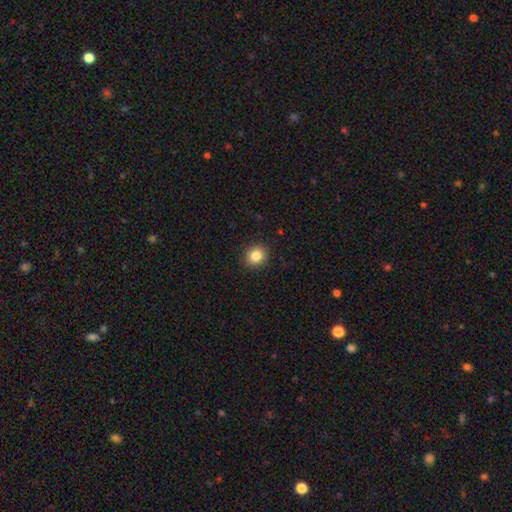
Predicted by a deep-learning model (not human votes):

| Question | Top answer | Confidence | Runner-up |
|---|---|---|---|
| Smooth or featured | smooth | 84% | star or artifact (10%) |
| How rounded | round | 76% | in between (23%) |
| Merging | none | 91% | minor disturbance (6%) |